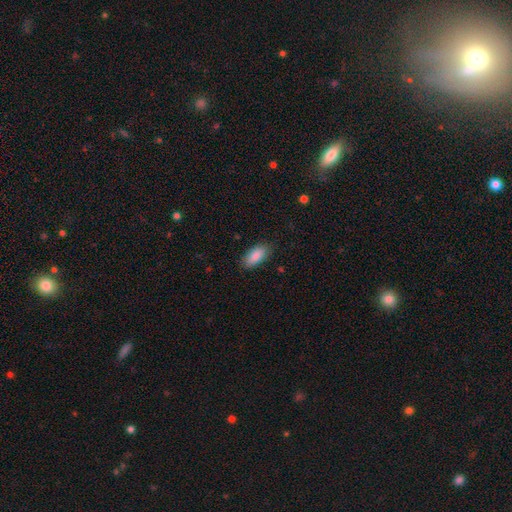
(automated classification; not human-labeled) A smooth galaxy with no disk features (89%) that is in between round and cigar-shaped (89%).

Vote fractions:
- Smooth or featured? smooth: 89% / star or artifact: 6% / featured or disk: 5%
- How rounded? in between: 89% / cigar-shaped: 9% / round: 2%
- Merging? none: 84% / minor disturbance: 12% / major disturbance: 3% / merger: 1%